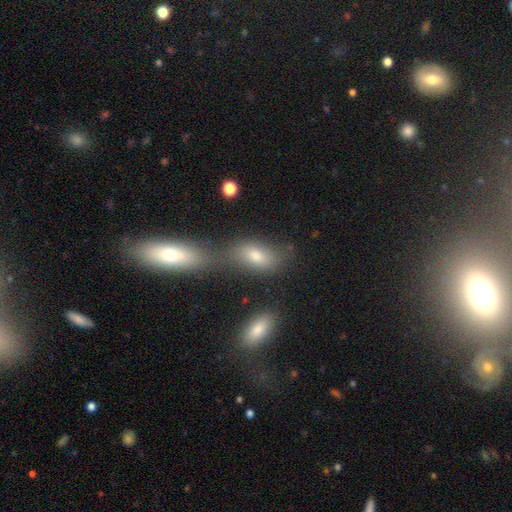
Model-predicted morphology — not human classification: smooth 73%, featured or disk 17%, star or artifact 11%. Down the decision tree: how rounded — in between (86%); merging — merger (46%).